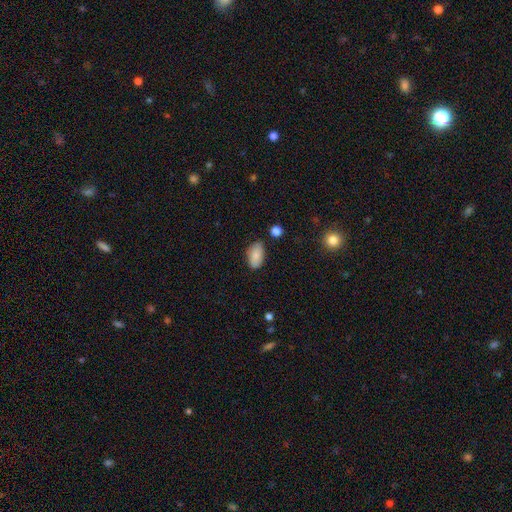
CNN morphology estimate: Overall: smooth (82%). How rounded: in between (93%). Merging: none (77%).